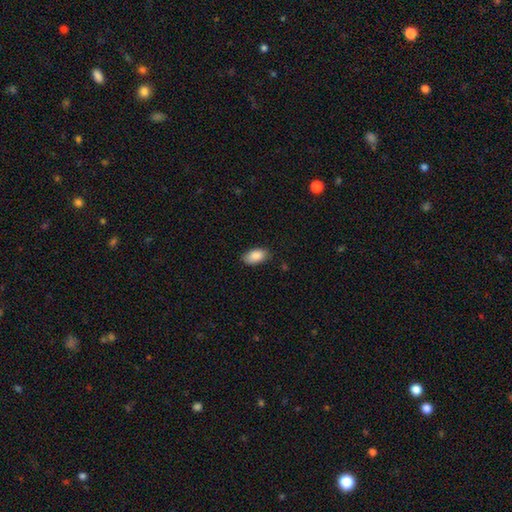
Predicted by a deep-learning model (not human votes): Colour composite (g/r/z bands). It shows a smooth galaxy with no disk features (88%) that is in between round and cigar-shaped (93%). Merging: none (83%).